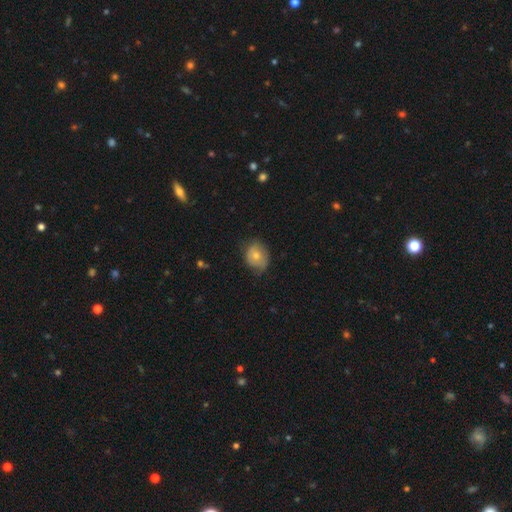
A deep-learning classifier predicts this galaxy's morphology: The model was most divided on "how rounded": round: 58%, in between: 41%, cigar-shaped: 1%. More confident: smooth or featured — smooth (64%); merging — none (60%).